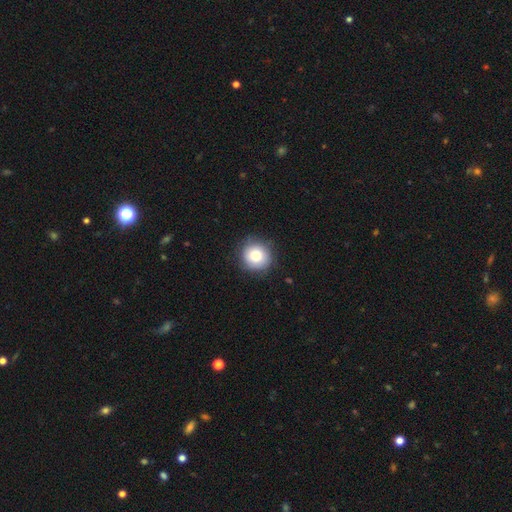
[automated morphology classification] This is likely a smooth galaxy (78%). How rounded: clearly round (93%). Merging: clearly none (85%).